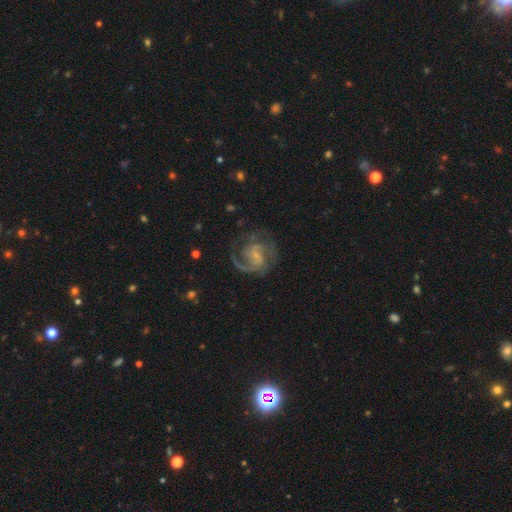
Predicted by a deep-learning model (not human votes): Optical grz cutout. It shows a featured or disk galaxy (86%) with a weak bar (48%), 2 (49%) medium (51%) spiral arms (95%) and a small central bulge (66%). Merging: none (62%).